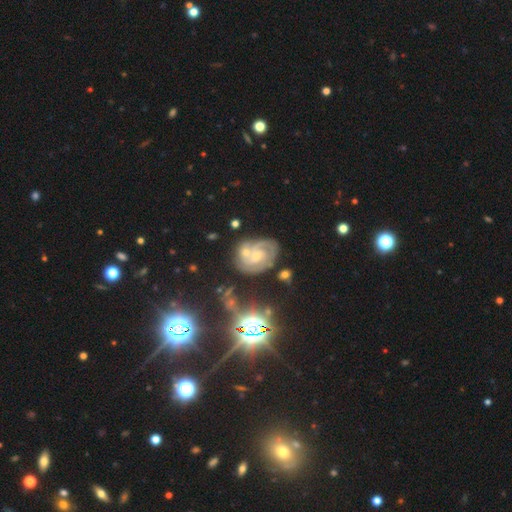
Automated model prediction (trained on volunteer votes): Smooth or featured? Predicted: featured or disk (p=0.79). Edge-on disk? Predicted: no (p=0.97). Bar? Predicted: no (p=0.60). Spiral arms? Predicted: yes (p=0.92). Spiral winding? Predicted: tight (p=0.57). Spiral arm count? Predicted: 2 (p=0.43). Bulge size? Predicted: small (p=0.62). Merging? Predicted: none (p=0.47).